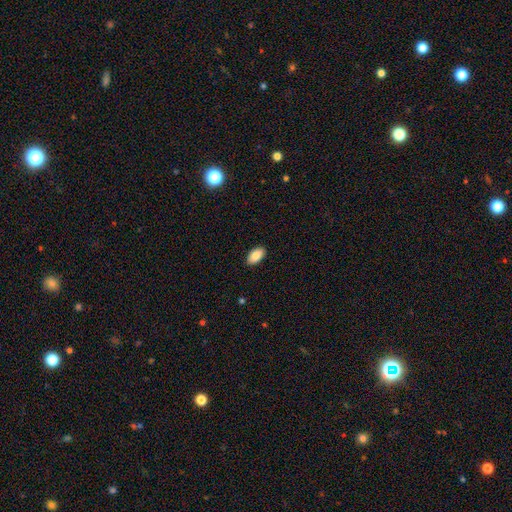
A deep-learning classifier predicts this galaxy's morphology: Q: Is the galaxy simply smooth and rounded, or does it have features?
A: smooth — 86%.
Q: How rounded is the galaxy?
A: in between — 95%.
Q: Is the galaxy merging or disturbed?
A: none — 89%.